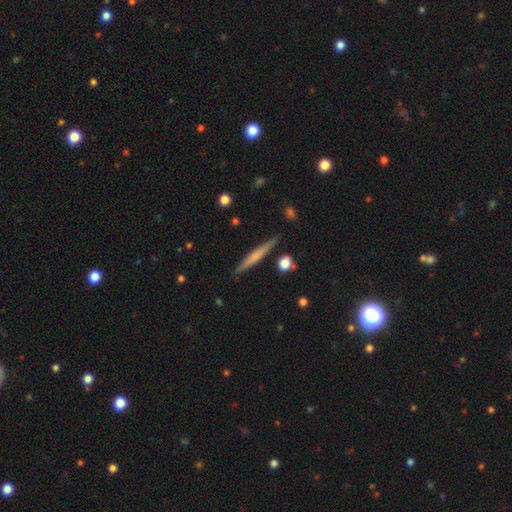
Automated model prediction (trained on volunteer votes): Smooth or featured? featured or disk (48%)
Merging? none (88%)